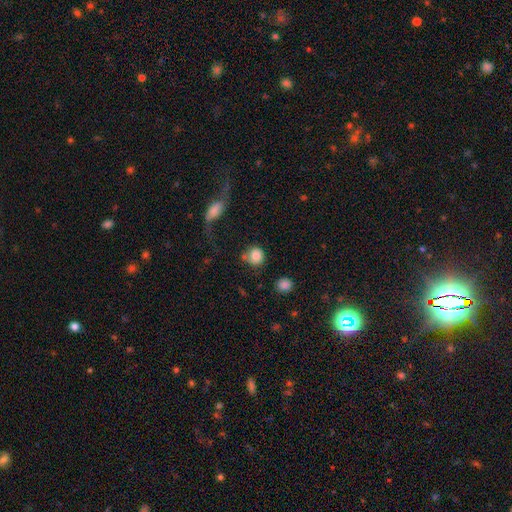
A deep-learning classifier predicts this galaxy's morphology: Q: Smooth or featured?
A: smooth (83%); runner-up: featured or disk (9%)
Q: How rounded?
A: round (85%); runner-up: in between (14%)
Q: Merging?
A: none (60%); runner-up: minor disturbance (17%)